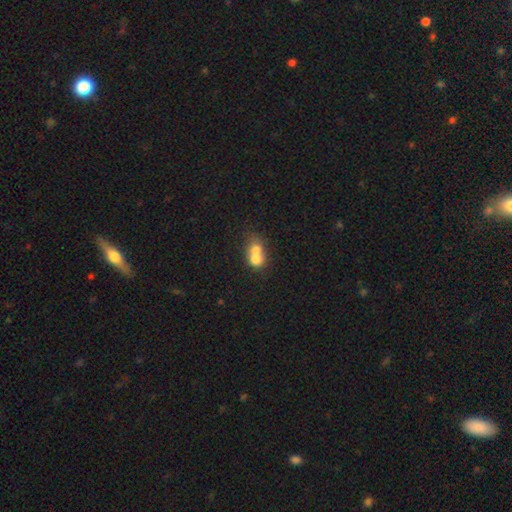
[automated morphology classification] Overall: smooth (68%). How rounded: round (59%; in between 39%). Merging: merger (73%).